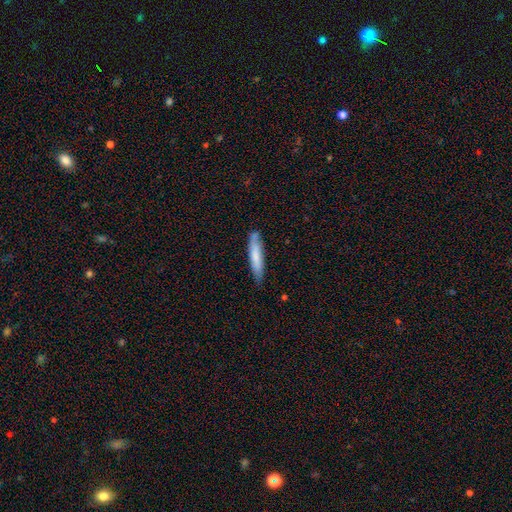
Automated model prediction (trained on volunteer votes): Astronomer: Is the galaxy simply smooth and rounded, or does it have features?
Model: smooth — 72%.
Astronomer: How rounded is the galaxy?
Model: cigar-shaped — 86%.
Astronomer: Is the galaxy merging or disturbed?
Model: none — 77%.